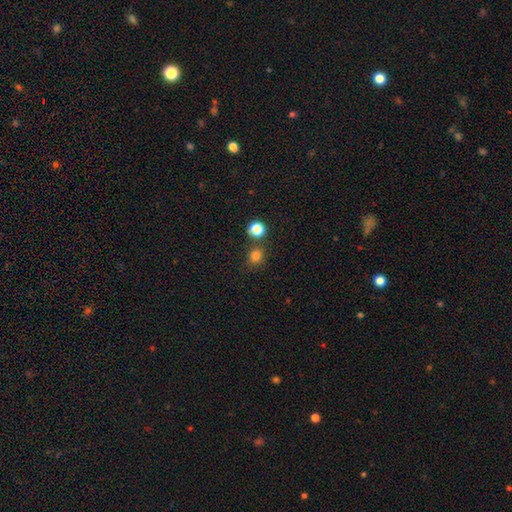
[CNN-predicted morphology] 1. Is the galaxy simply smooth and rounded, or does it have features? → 80% smooth, 15% star or artifact, 5% featured or disk.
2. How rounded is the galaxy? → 84% round, 15% in between, 1% cigar-shaped.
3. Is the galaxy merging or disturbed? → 74% none, 13% merger, 9% minor disturbance, 3% major disturbance.